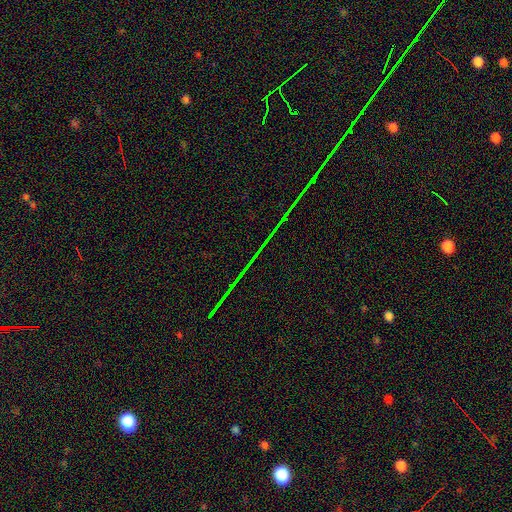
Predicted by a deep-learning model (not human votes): Overall: star or artifact (81%).